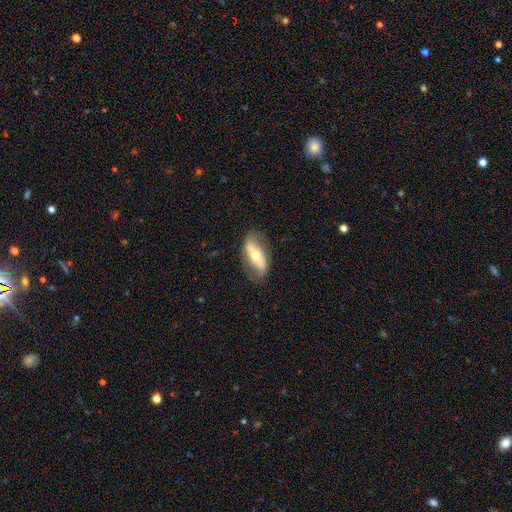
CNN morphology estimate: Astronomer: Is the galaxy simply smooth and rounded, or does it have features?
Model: featured or disk — 57% (runner-up: smooth, 37%).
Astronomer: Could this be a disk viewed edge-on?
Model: no — 69%.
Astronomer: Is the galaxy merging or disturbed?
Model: none — 76%.